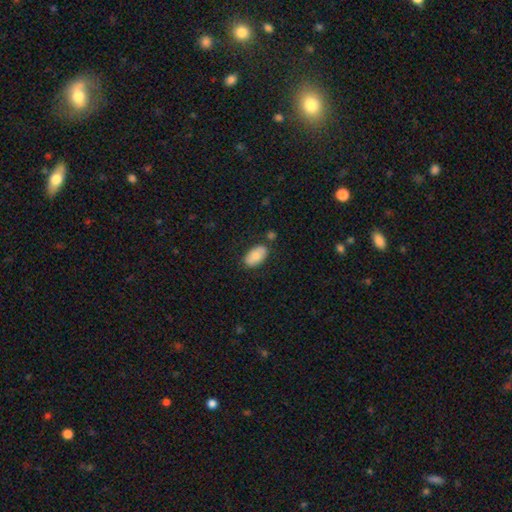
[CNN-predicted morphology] Smooth or featured? Predicted: smooth (p=0.78). How rounded? Predicted: in between (p=0.94). Merging? Predicted: none (p=0.78).